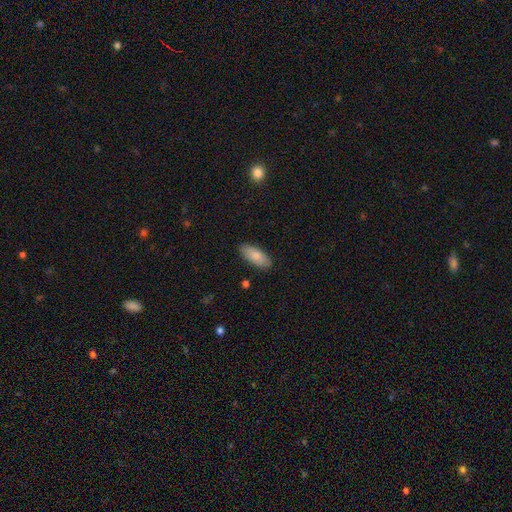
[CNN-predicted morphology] A smooth galaxy with no disk features (81%) that is in between round and cigar-shaped (85%).

Vote fractions:
- Smooth or featured? smooth: 81% / featured or disk: 13% / star or artifact: 6%
- How rounded? in between: 85% / cigar-shaped: 13% / round: 2%
- Merging? none: 87% / minor disturbance: 10% / major disturbance: 2% / merger: 1%